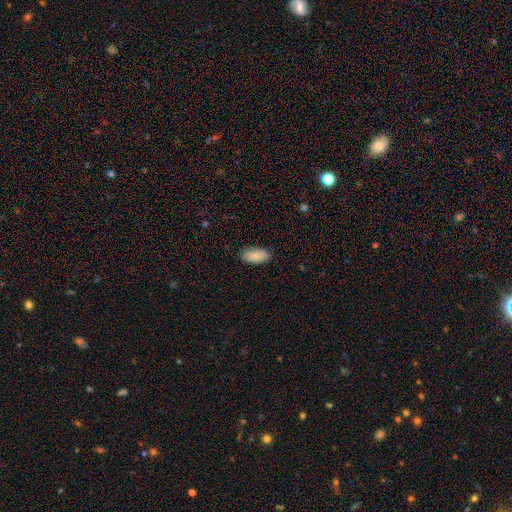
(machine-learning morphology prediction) The model was most divided on "merging": none: 86%, minor disturbance: 11%, major disturbance: 2%, merger: 1%. More confident: how rounded — in between (91%); smooth or featured — smooth (89%).